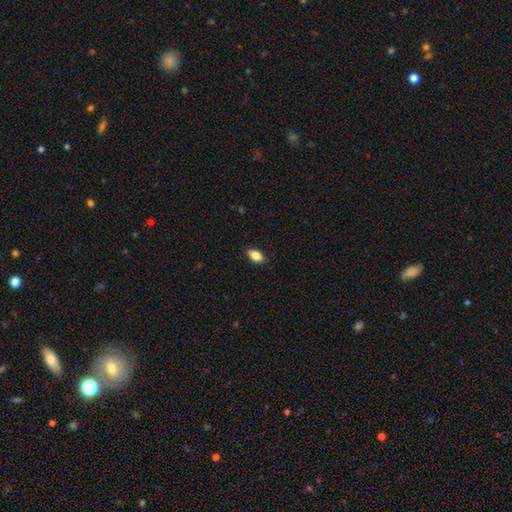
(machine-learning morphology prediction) Smooth or featured?
  - smooth: 83% *
  - featured or disk: 9%
  - star or artifact: 8%
How rounded?
  - in between: 89% *
  - round: 6%
  - cigar-shaped: 5%
Merging?
  - none: 86% *
  - minor disturbance: 11%
  - major disturbance: 2%
  - merger: 1%